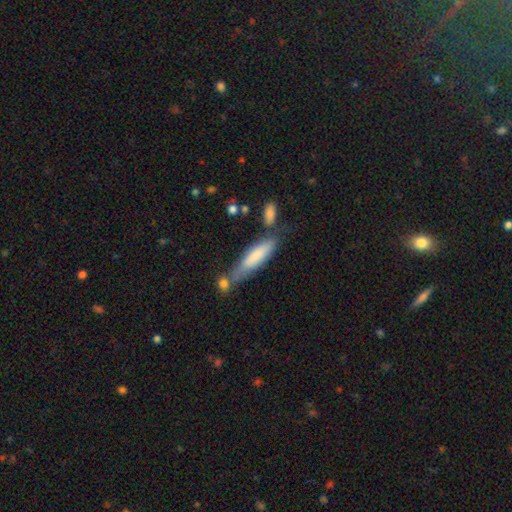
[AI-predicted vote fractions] smooth_or_featured: smooth (p=0.73) [alt: featured or disk p=0.21]
how_rounded: cigar-shaped (p=0.75) [alt: in between p=0.24]
merging: none (p=0.53) [alt: minor disturbance p=0.23]